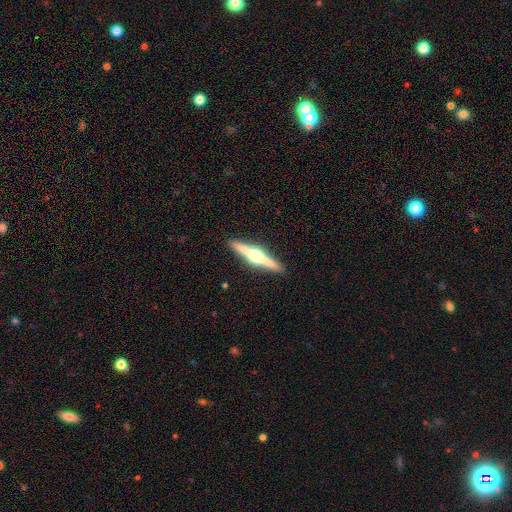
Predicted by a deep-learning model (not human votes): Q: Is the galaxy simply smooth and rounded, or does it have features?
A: featured or disk — 82%.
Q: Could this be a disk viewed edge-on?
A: yes — 98%.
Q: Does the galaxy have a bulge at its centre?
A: rounded — 95%.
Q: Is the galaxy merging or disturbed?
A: none — 92%.